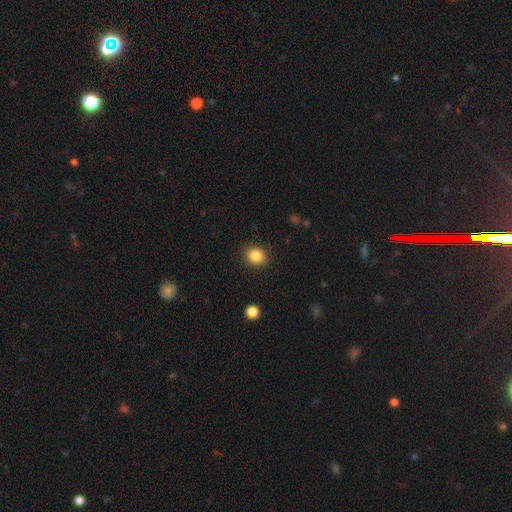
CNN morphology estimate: Overall: smooth (85%). How rounded: round (76%). Merging: none (90%).